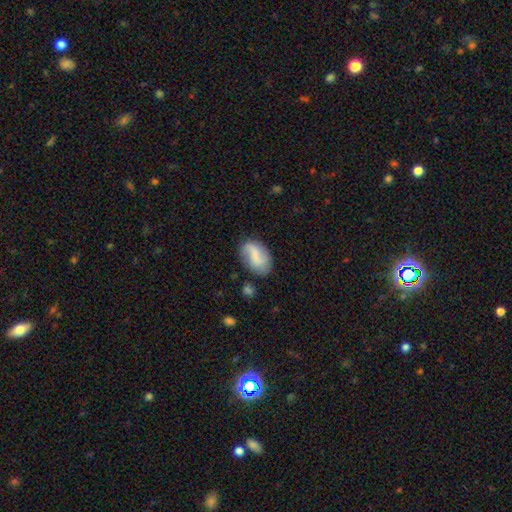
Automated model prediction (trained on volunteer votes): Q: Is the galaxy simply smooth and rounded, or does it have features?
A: smooth — 60%.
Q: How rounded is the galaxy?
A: in between — 88%.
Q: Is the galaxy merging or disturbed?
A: none — 63%.